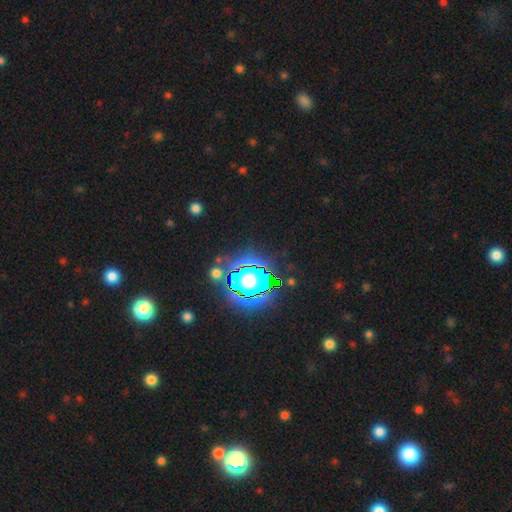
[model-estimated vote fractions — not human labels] star or artifact 82%, smooth 11%, featured or disk 7%.